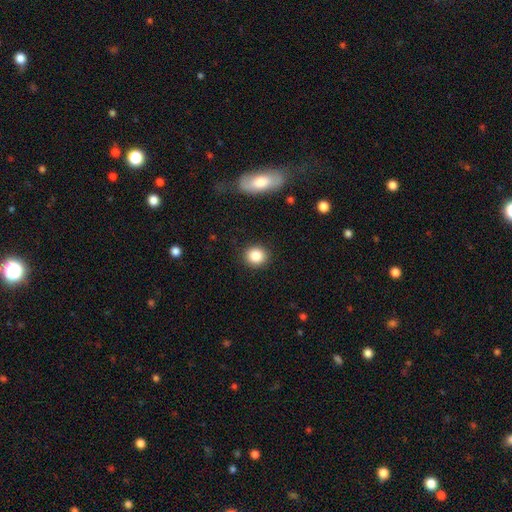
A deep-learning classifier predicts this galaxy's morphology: The model was most divided on "how rounded": round: 85%, in between: 14%, cigar-shaped: 1%. More confident: merging — none (90%); smooth or featured — smooth (86%).